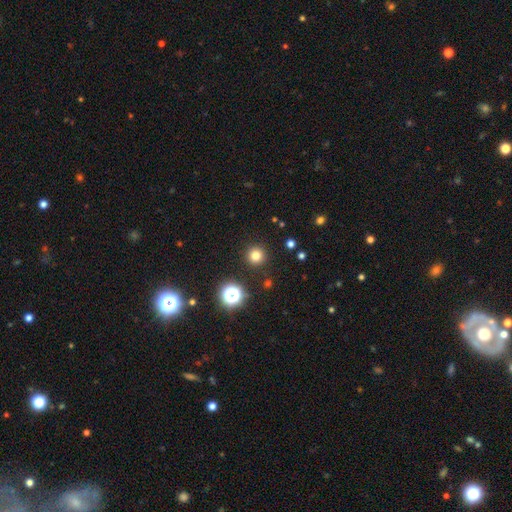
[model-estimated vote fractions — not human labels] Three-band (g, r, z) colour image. It shows a smooth galaxy with no disk features (77%) that is round (96%). Merging: none (91%).